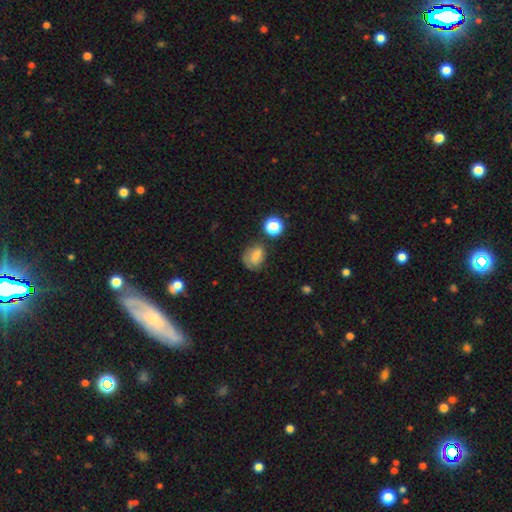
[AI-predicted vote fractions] Q: Smooth or featured?
A: smooth (62%); runner-up: featured or disk (24%)
Q: How rounded?
A: in between (54%); runner-up: round (44%)
Q: Merging?
A: none (58%); runner-up: minor disturbance (26%)